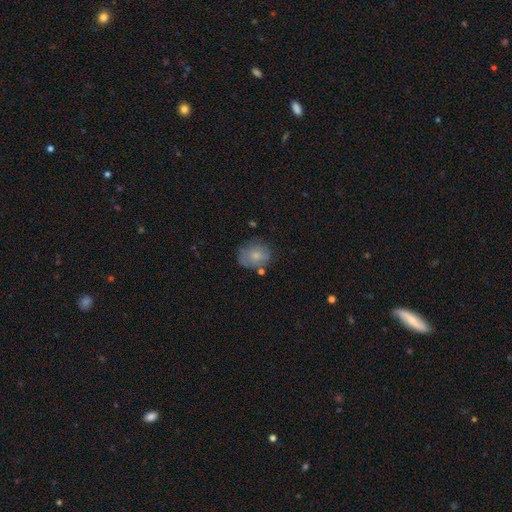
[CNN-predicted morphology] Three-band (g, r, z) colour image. It shows a smooth galaxy with no disk features (71%) that is round (63%). Merging: none (62%).